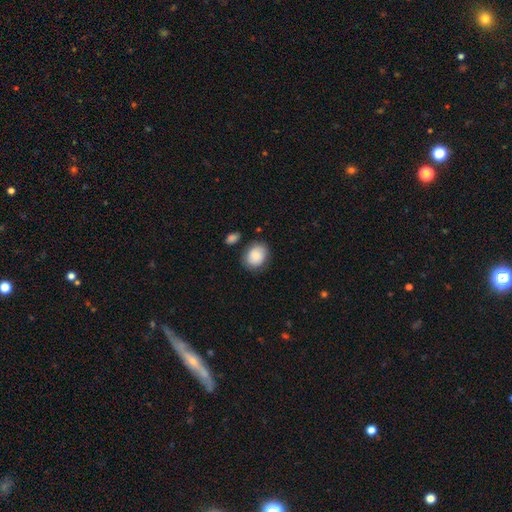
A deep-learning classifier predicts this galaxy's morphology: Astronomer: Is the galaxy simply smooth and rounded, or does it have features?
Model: smooth — 84%.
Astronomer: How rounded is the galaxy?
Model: round — 53% (runner-up: in between, 46%).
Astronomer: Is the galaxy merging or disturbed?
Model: none — 77%.